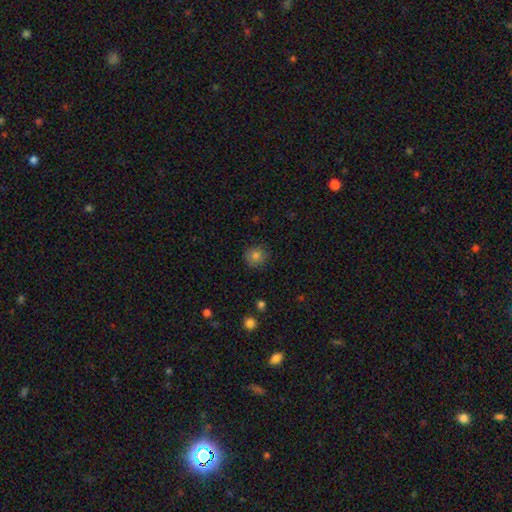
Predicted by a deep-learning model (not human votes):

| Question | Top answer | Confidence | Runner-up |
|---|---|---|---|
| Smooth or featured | smooth | 81% | star or artifact (11%) |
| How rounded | round | 90% | in between (9%) |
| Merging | none | 86% | minor disturbance (10%) |